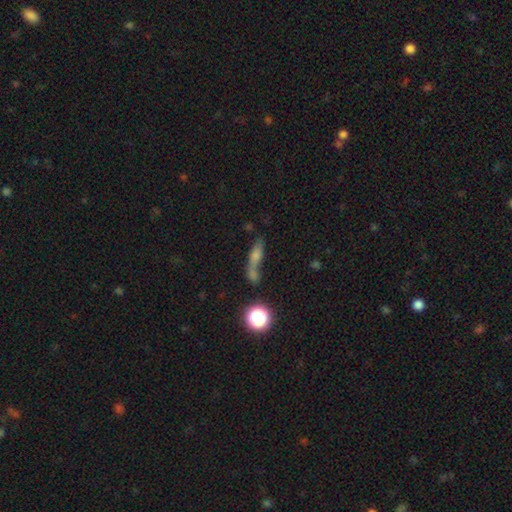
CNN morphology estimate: This is possibly a smooth galaxy (51%). How rounded: possibly cigar-shaped (51%). Merging: possibly none (47%).